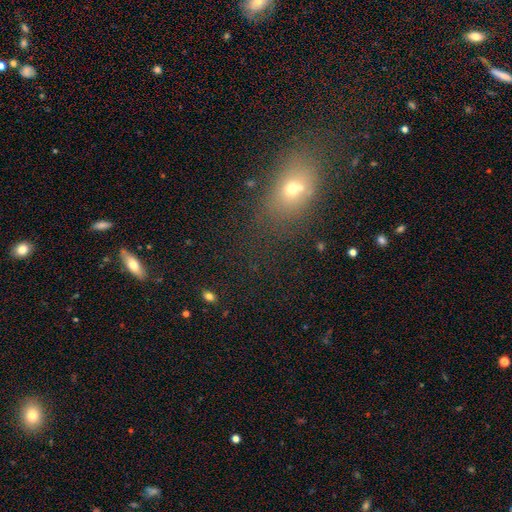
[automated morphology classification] type=smooth (60%); roundness=in between (66%); merging=none (79%).